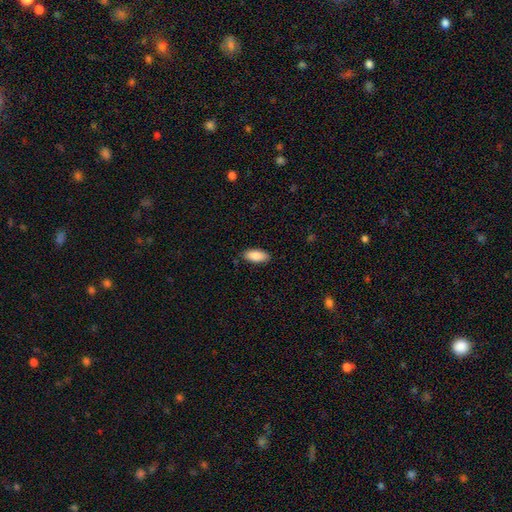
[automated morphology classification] Smooth or featured?
  - smooth: 88% *
  - star or artifact: 6%
  - featured or disk: 6%
How rounded?
  - in between: 86% *
  - cigar-shaped: 12%
  - round: 2%
Merging?
  - none: 86% *
  - minor disturbance: 11%
  - major disturbance: 2%
  - merger: 1%